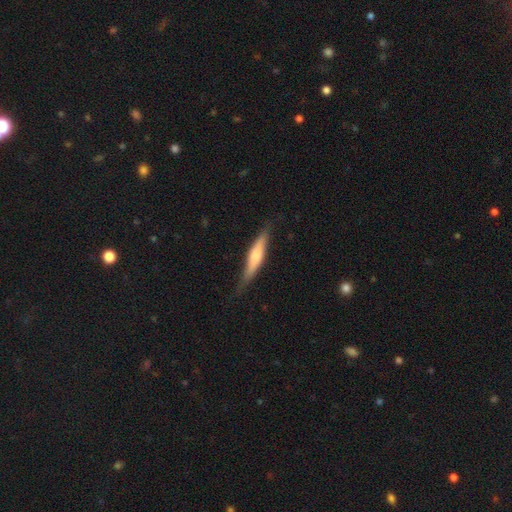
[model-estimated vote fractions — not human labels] The model was most divided on "smooth or featured": smooth: 51%, featured or disk: 43%, star or artifact: 6%. More confident: how rounded — cigar-shaped (81%); merging — none (78%).